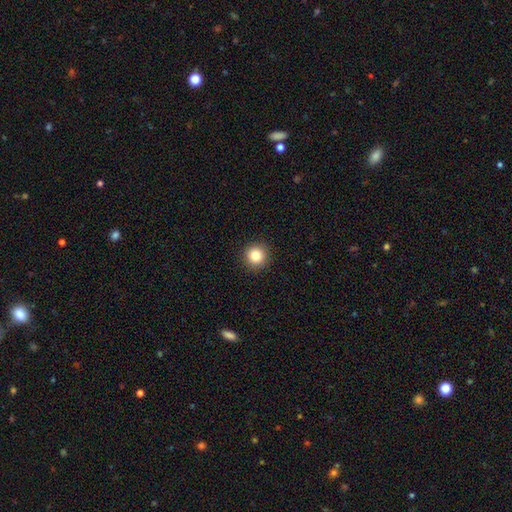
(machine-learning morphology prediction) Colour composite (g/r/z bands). It shows a smooth galaxy with no disk features (84%) that is round (95%). Merging: none (93%).